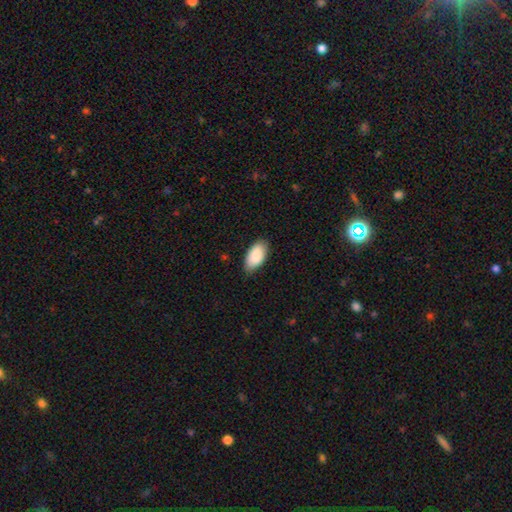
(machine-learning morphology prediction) Overall: smooth (89%). How rounded: in between (95%). Merging: none (81%).